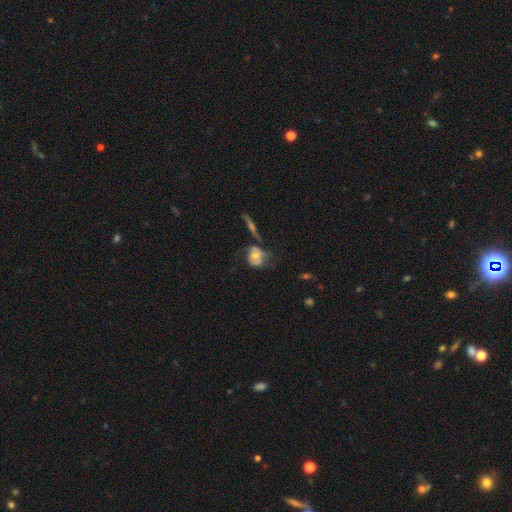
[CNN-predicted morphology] This is possibly a featured or disk galaxy (46%). Merging: marginally none (36%).